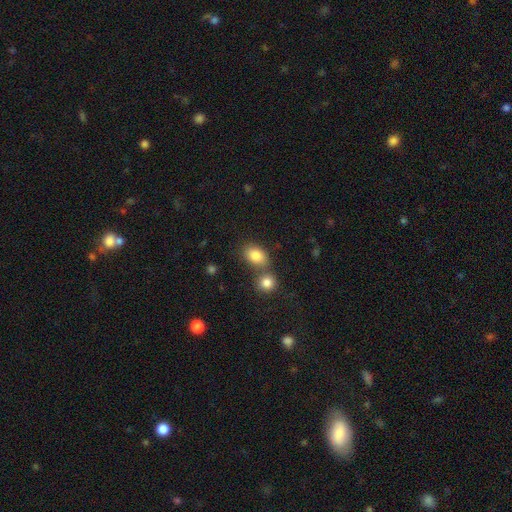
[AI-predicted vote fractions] Q: Smooth or featured?
A: smooth (84%); runner-up: star or artifact (9%)
Q: How rounded?
A: in between (76%); runner-up: round (23%)
Q: Merging?
A: none (51%); runner-up: merger (34%)